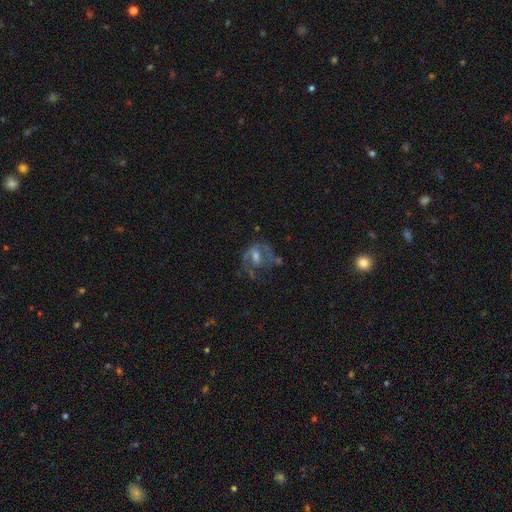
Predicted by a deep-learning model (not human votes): The model was most divided on "bar": weak: 45%, no: 40%, strong: 15%. Remaining: edge-on disk — no (97%); spiral arms — yes (73%); smooth or featured — featured or disk (70%); bulge size — moderate (52%); merging — none (41%).